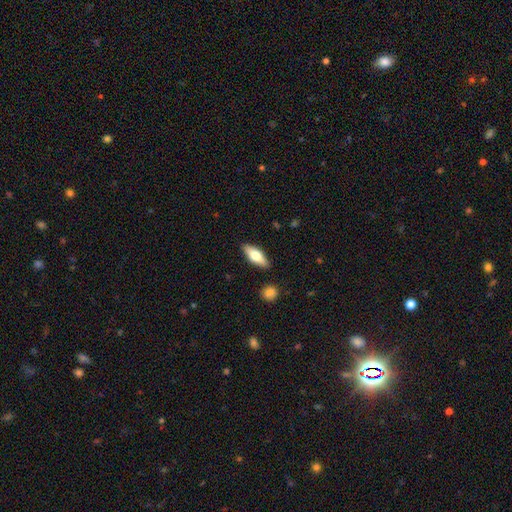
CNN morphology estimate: smooth 59%, featured or disk 35%, star or artifact 6%. Down the decision tree: how rounded — in between (61%); merging — none (87%).